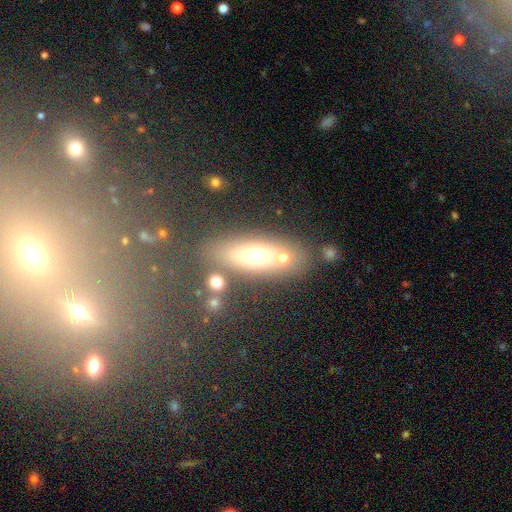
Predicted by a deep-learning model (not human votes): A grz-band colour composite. It shows a smooth galaxy with no disk features (63%) that is in between round and cigar-shaped (62%). Merging: none (61%).